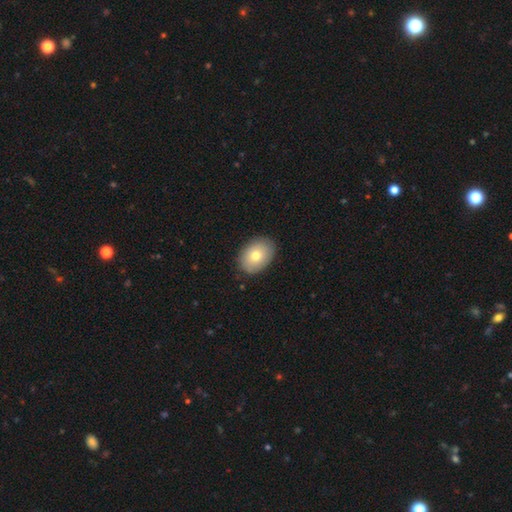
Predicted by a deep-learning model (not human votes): Smooth or featured?
  - smooth: 75% *
  - featured or disk: 17%
  - star or artifact: 8%
How rounded?
  - in between: 77% *
  - round: 22%
  - cigar-shaped: 1%
Merging?
  - none: 86% *
  - minor disturbance: 11%
  - major disturbance: 2%
  - merger: 1%